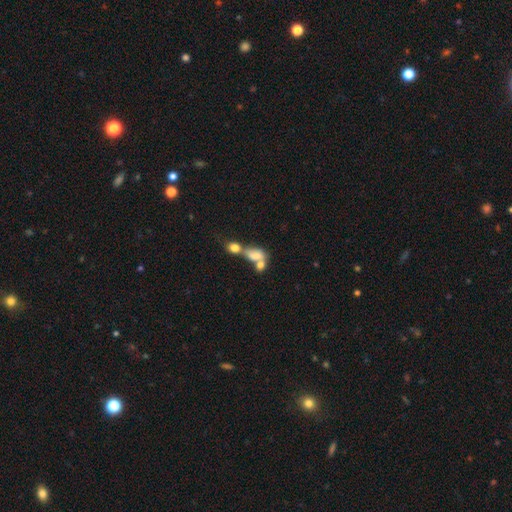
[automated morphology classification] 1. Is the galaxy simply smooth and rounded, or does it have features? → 68% smooth, 21% featured or disk, 11% star or artifact.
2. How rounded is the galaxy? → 74% in between, 21% round, 5% cigar-shaped.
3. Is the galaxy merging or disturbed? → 67% merger, 17% none, 9% major disturbance, 8% minor disturbance.